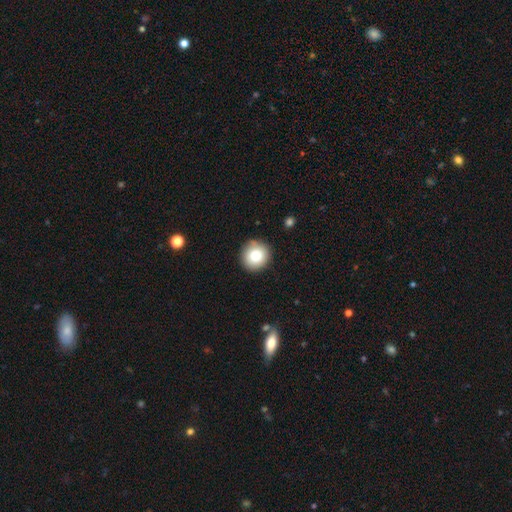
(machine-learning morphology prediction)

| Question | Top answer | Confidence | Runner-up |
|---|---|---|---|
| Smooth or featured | smooth | 81% | featured or disk (9%) |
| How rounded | round | 93% | in between (6%) |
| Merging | none | 89% | minor disturbance (8%) |